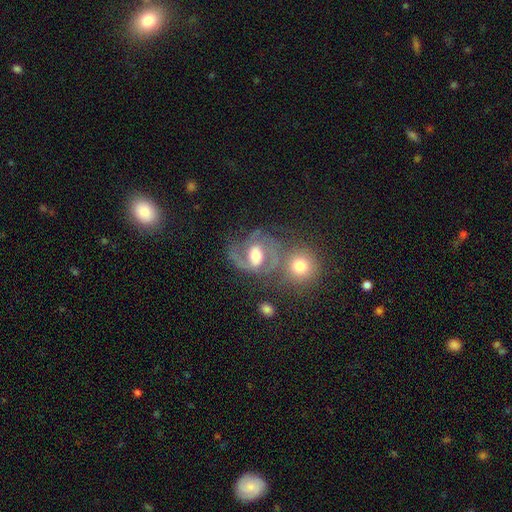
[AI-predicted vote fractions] smooth_or_featured: featured or disk (p=0.81) [alt: smooth p=0.12]
disk_edge_on: no (p=0.98) [alt: yes p=0.02]
bar: weak (p=0.46) [alt: no p=0.31]
has_spiral_arms: yes (p=0.93) [alt: no p=0.07]
spiral_winding: medium (p=0.58) [alt: tight p=0.24]
spiral_arm_count: 2 (p=0.82) [alt: can't tell p=0.05]
bulge_size: moderate (p=0.56) [alt: large p=0.30]
merging: none (p=0.39) [alt: merger p=0.34]